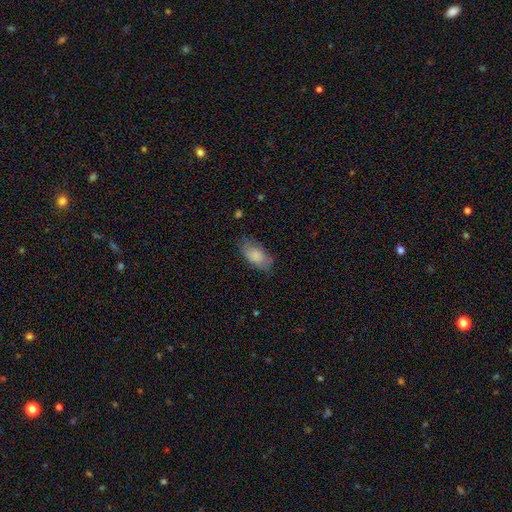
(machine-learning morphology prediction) A smooth galaxy with no disk features (82%) that is in between round and cigar-shaped (93%).

Vote fractions:
- Smooth or featured? smooth: 82% / featured or disk: 11% / star or artifact: 7%
- How rounded? in between: 93% / round: 4% / cigar-shaped: 3%
- Merging? none: 68% / minor disturbance: 23% / major disturbance: 7% / merger: 1%